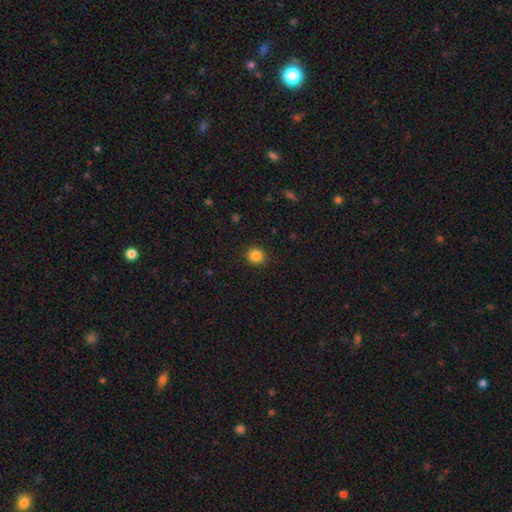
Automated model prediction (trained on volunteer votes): Smooth or featured? Predicted: smooth (p=0.85). How rounded? Predicted: round (p=0.89). Merging? Predicted: none (p=0.91).